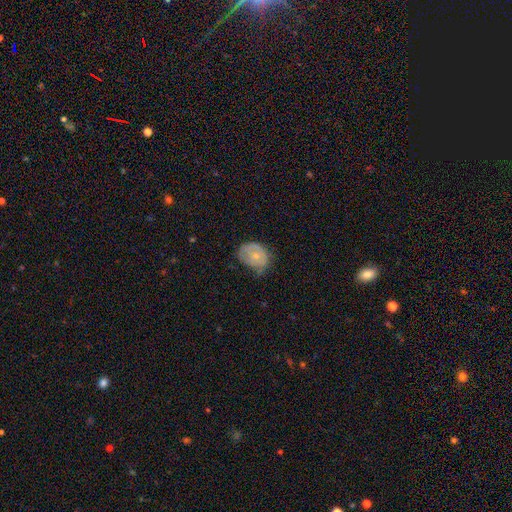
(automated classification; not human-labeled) This appears to be a smooth galaxy with no disk features (57%) that is in between round and cigar-shaped (53%). Merging: minor disturbance (41%).